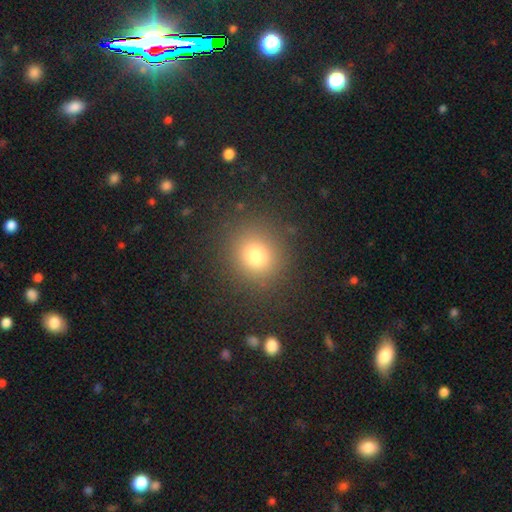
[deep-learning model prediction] Smooth or featured? Predicted: smooth (p=0.77). How rounded? Predicted: round (p=0.87). Merging? Predicted: none (p=0.89).